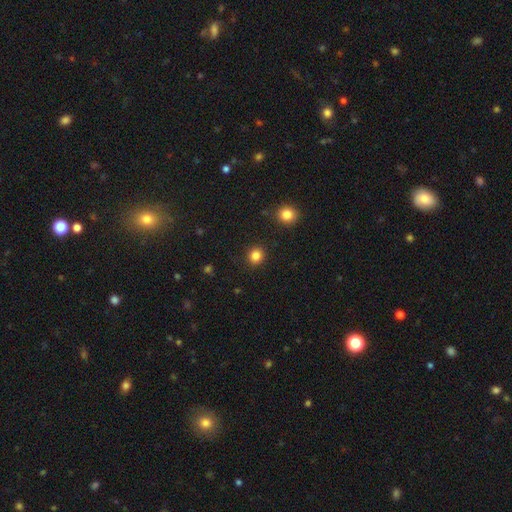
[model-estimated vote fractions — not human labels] A smooth galaxy with no disk features (84%) that is round (88%). Merging: none (91%).